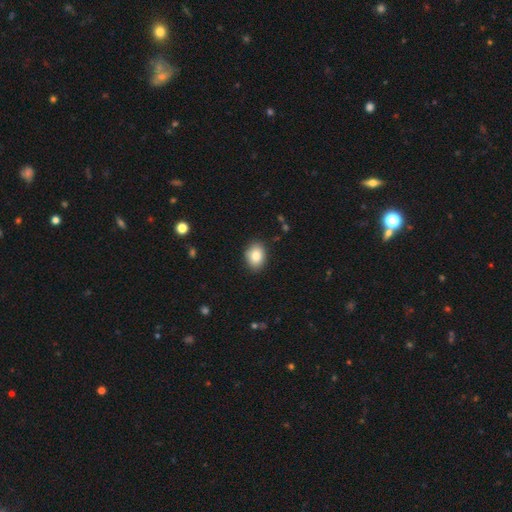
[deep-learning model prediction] This appears to be a smooth galaxy with no disk features (83%) that is in between round and cigar-shaped (69%). Merging: none (87%).